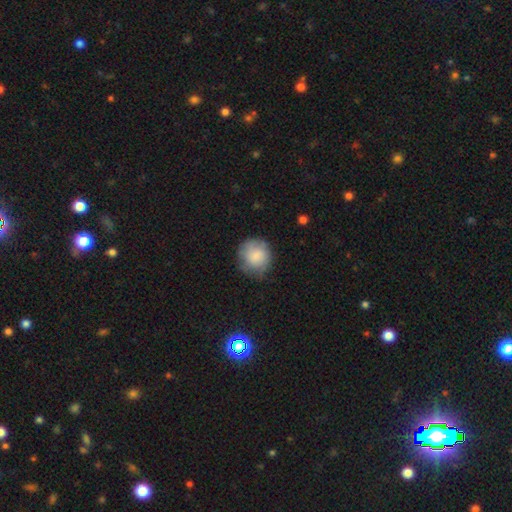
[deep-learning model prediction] Smooth or featured: smooth — 80% (featured or disk — 13%)
How rounded: round — 90% (in between — 9%)
Merging: none — 71% (minor disturbance — 22%)